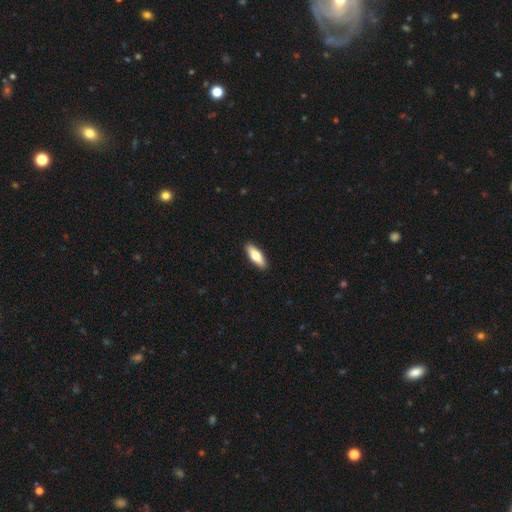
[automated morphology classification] Smooth or featured?
  - smooth: 72% *
  - featured or disk: 23%
  - star or artifact: 5%
How rounded?
  - in between: 59% *
  - cigar-shaped: 39%
  - round: 2%
Merging?
  - none: 91% *
  - minor disturbance: 7%
  - major disturbance: 1%
  - merger: 1%